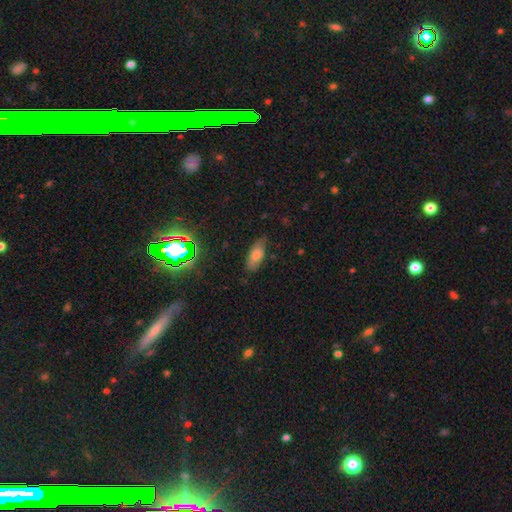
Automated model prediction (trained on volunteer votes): Overall: smooth (72%). How rounded: in between (81%). Merging: none (71%).